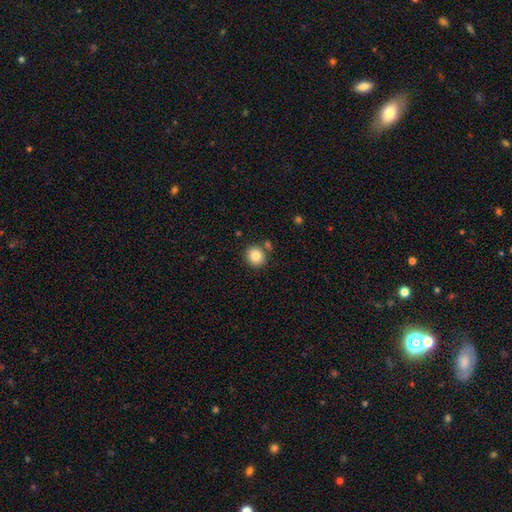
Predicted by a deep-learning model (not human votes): Smooth or featured? smooth (84%)
How rounded? round (88%)
Merging? none (80%)